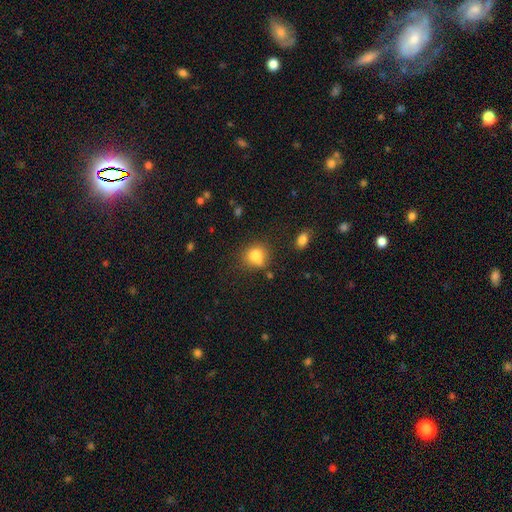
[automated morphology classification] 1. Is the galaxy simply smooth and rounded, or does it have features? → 77% smooth, 12% star or artifact, 11% featured or disk.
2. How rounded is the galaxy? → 68% round, 30% in between, 1% cigar-shaped.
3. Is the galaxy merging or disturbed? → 55% none, 21% minor disturbance, 16% merger, 8% major disturbance.